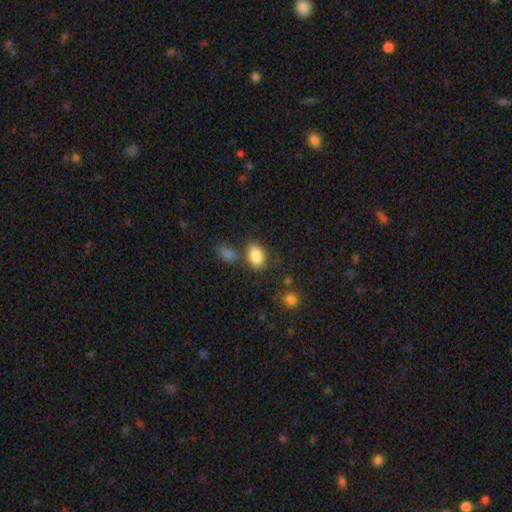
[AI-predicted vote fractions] A smooth galaxy with no disk features (86%) that is in between round and cigar-shaped (84%). Merging: none (68%).